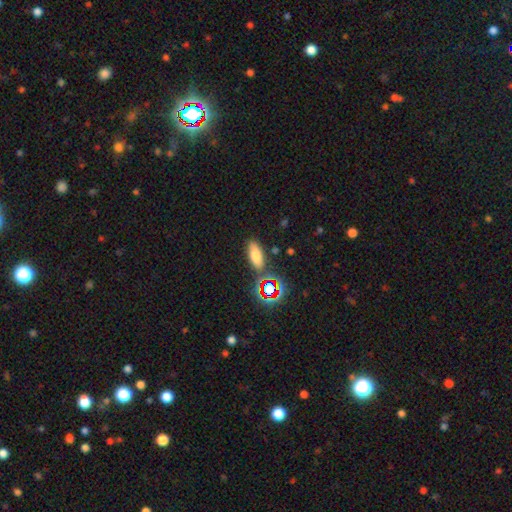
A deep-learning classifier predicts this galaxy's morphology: Q: Smooth or featured?
A: smooth (69%); runner-up: star or artifact (20%)
Q: How rounded?
A: in between (75%); runner-up: cigar-shaped (18%)
Q: Merging?
A: none (77%); runner-up: minor disturbance (13%)